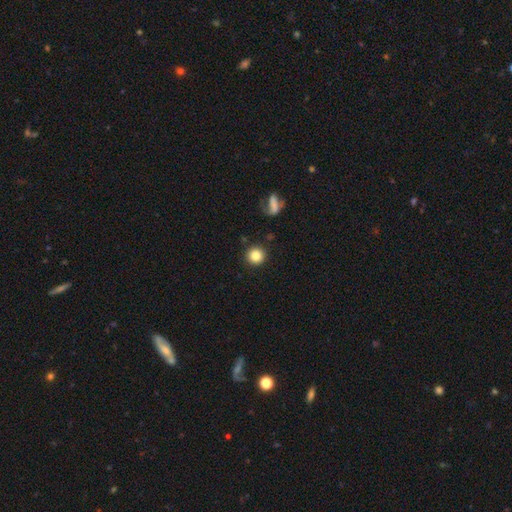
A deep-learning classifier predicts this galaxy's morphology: A smooth galaxy with no disk features (84%) that is round (93%).

Vote fractions:
- Smooth or featured? smooth: 84% / star or artifact: 11% / featured or disk: 6%
- How rounded? round: 93% / in between: 6% / cigar-shaped: 1%
- Merging? none: 89% / minor disturbance: 6% / merger: 2% / major disturbance: 2%